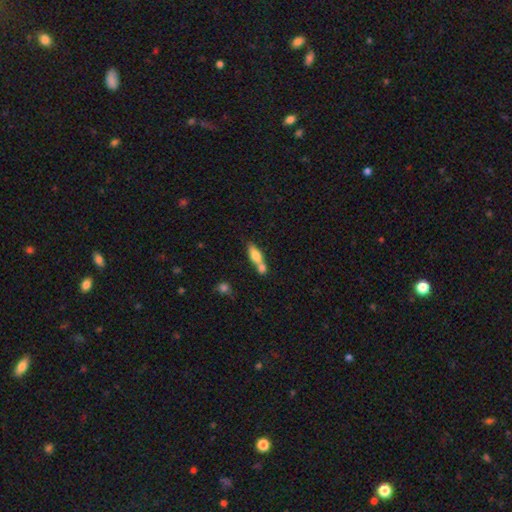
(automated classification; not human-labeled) A smooth galaxy with no disk features (71%) that is in between round and cigar-shaped (62%).

Vote fractions:
- Smooth or featured? smooth: 71% / featured or disk: 22% / star or artifact: 7%
- How rounded? in between: 62% / cigar-shaped: 33% / round: 5%
- Merging? merger: 52% / none: 33% / minor disturbance: 10% / major disturbance: 4%